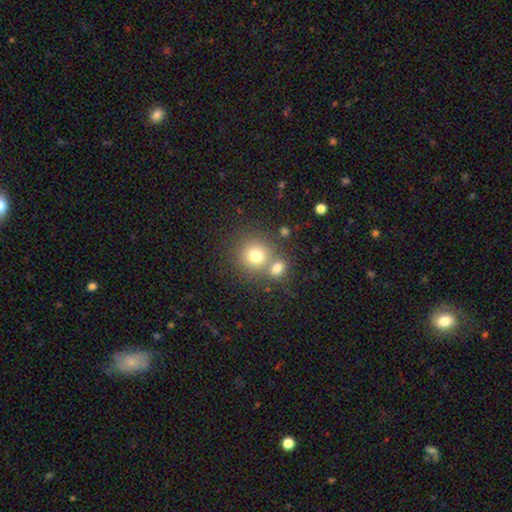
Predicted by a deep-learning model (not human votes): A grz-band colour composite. It shows a smooth galaxy with no disk features (76%) that is round (88%). Merging: none (55%).